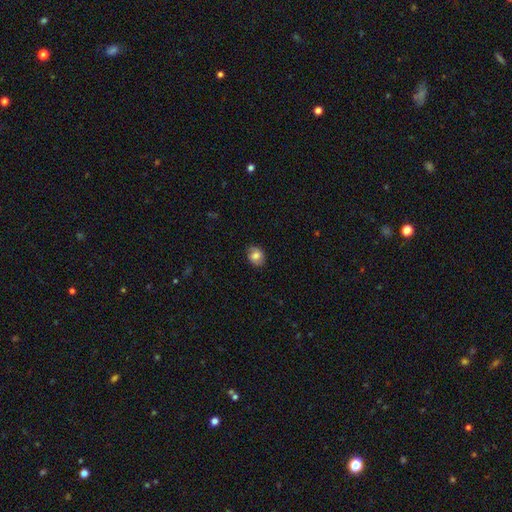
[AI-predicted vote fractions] Smooth or featured: smooth — 71% (featured or disk — 20%)
How rounded: round — 51% (in between — 48%)
Merging: none — 83% (minor disturbance — 13%)